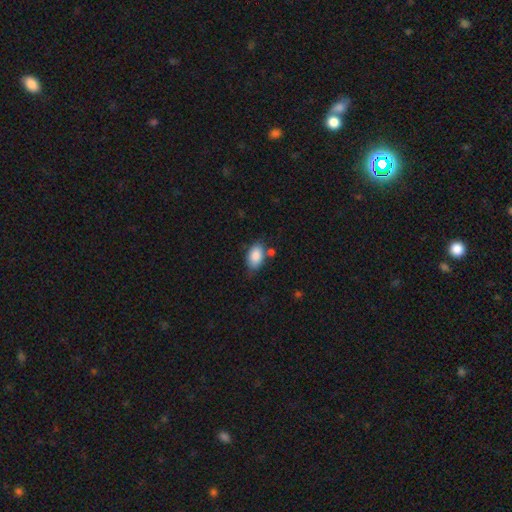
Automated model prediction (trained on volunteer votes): smooth_or_featured: smooth (p=0.87) [alt: star or artifact p=0.07]
how_rounded: in between (p=0.91) [alt: round p=0.08]
merging: none (p=0.64) [alt: minor disturbance p=0.21]